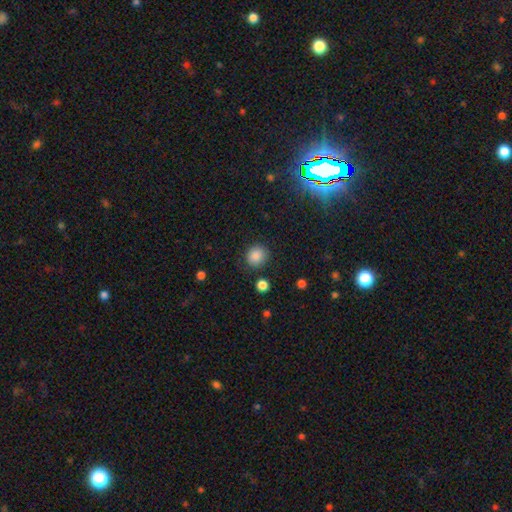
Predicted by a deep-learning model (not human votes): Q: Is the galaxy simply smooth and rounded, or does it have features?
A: smooth — 86%.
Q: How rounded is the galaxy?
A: round — 84%.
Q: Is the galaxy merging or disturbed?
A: none — 85%.